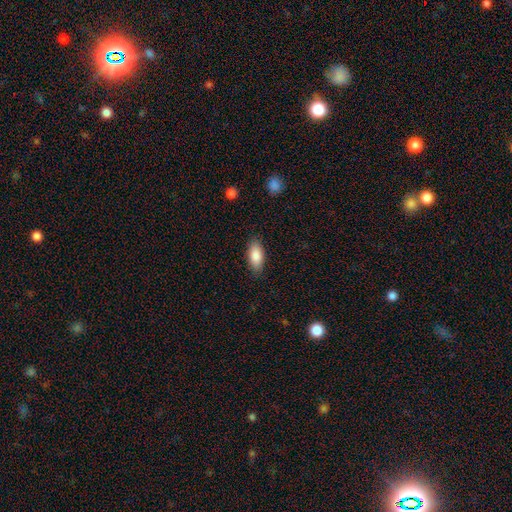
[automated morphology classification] Overall: smooth (86%). How rounded: in between (88%). Merging: none (86%).